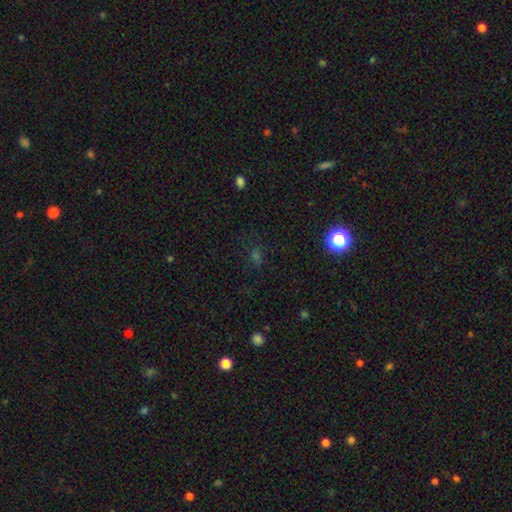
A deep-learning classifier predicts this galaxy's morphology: This appears to be a star or artifact, not a galaxy (52%).